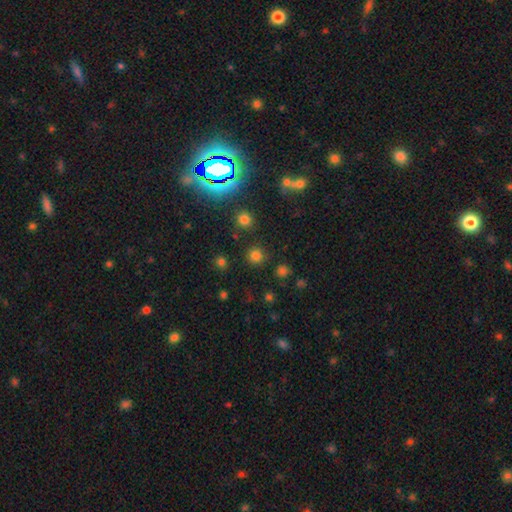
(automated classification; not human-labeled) Smooth or featured?
  - smooth: 74% *
  - star or artifact: 21%
  - featured or disk: 5%
How rounded?
  - round: 93% *
  - in between: 6%
  - cigar-shaped: 1%
Merging?
  - none: 87% *
  - minor disturbance: 7%
  - merger: 3%
  - major disturbance: 3%